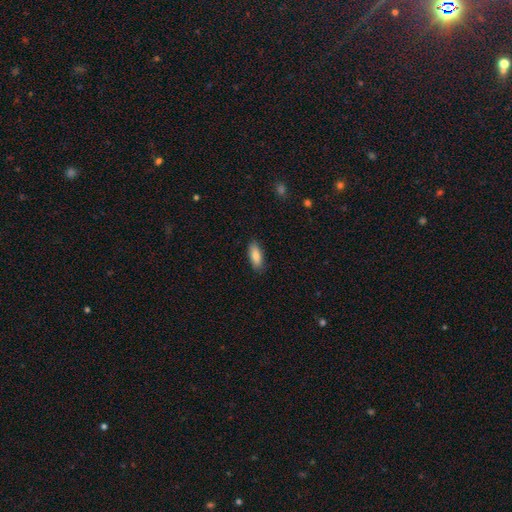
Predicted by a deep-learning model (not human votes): smooth 85%, featured or disk 8%, star or artifact 6%. Down the decision tree: how rounded — in between (77%); merging — none (88%).